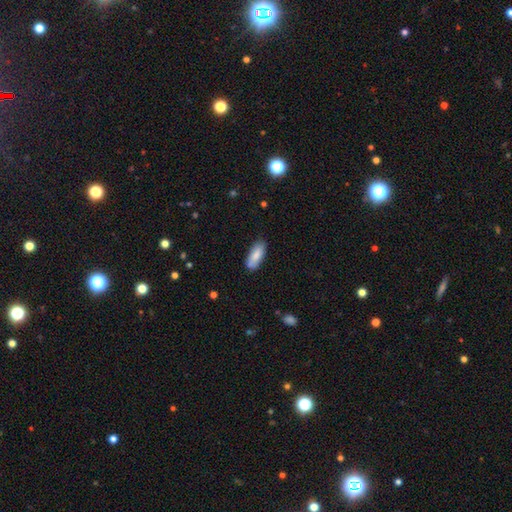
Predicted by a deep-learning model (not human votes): A smooth galaxy with no disk features (81%) that is in between round and cigar-shaped (77%).

Vote fractions:
- Smooth or featured? smooth: 81% / featured or disk: 13% / star or artifact: 6%
- How rounded? in between: 77% / cigar-shaped: 21% / round: 2%
- Merging? none: 77% / minor disturbance: 17% / merger: 3% / major disturbance: 3%